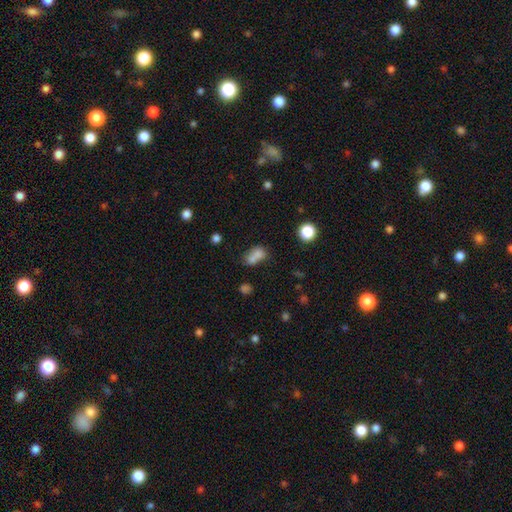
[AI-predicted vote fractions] smooth 75%, star or artifact 13%, featured or disk 12%. Down the decision tree: how rounded — in between (69%); merging — merger (50%).